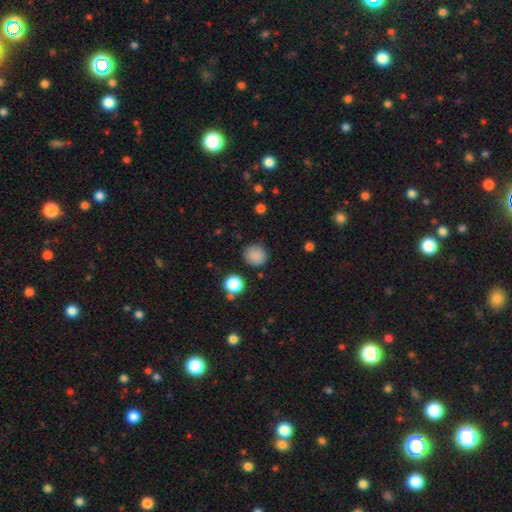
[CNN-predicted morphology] smooth_or_featured: smooth (p=0.85) [alt: star or artifact p=0.11]
how_rounded: round (p=0.88) [alt: in between p=0.11]
merging: none (p=0.82) [alt: minor disturbance p=0.13]